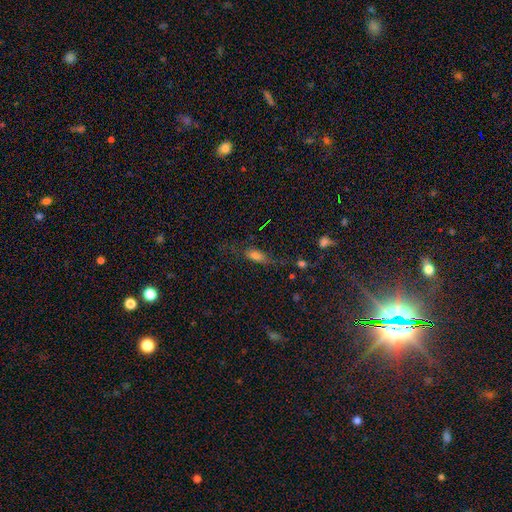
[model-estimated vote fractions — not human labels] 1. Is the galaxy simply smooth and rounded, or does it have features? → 67% smooth, 17% featured or disk, 16% star or artifact.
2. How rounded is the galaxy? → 71% in between, 22% cigar-shaped, 7% round.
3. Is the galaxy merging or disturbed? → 51% none, 25% minor disturbance, 19% major disturbance, 5% merger.